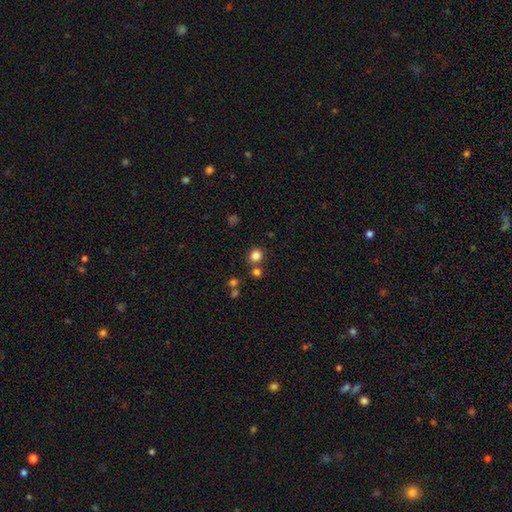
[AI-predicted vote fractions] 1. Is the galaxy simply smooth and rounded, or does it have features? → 82% smooth, 13% star or artifact, 5% featured or disk.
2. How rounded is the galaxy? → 81% round, 18% in between, 1% cigar-shaped.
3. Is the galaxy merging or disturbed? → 77% none, 11% merger, 8% minor disturbance, 3% major disturbance.